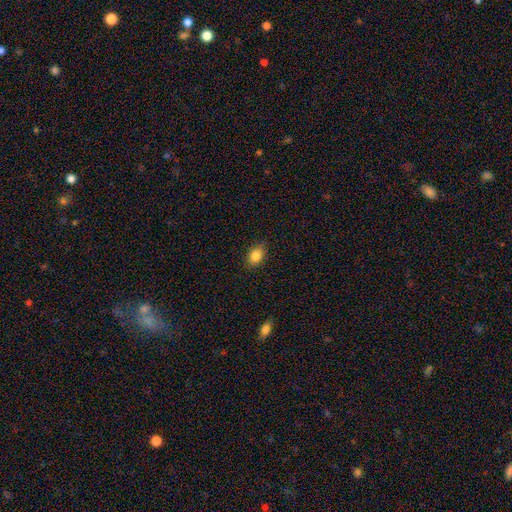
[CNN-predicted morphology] This is clearly a smooth galaxy (85%). How rounded: likely in between (76%). Merging: clearly none (85%).